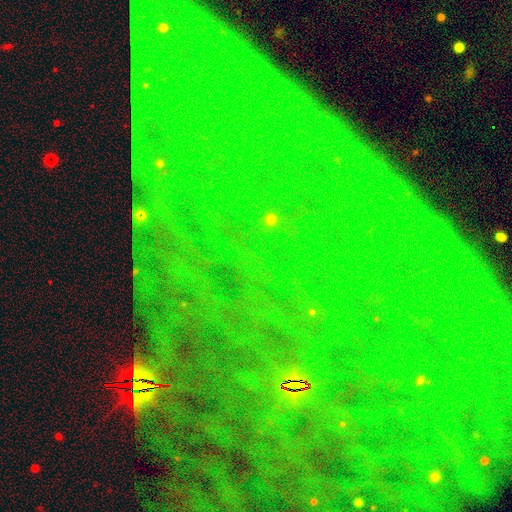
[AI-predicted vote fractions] Smooth or featured: star or artifact — 85% (featured or disk — 8%)